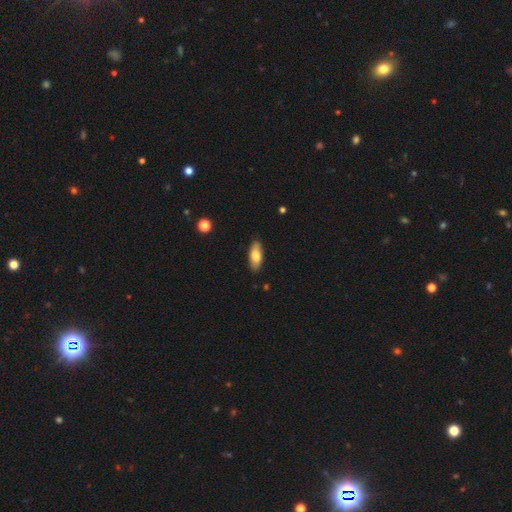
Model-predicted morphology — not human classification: type=smooth (78%); roundness=in between (80%); merging=none (88%).